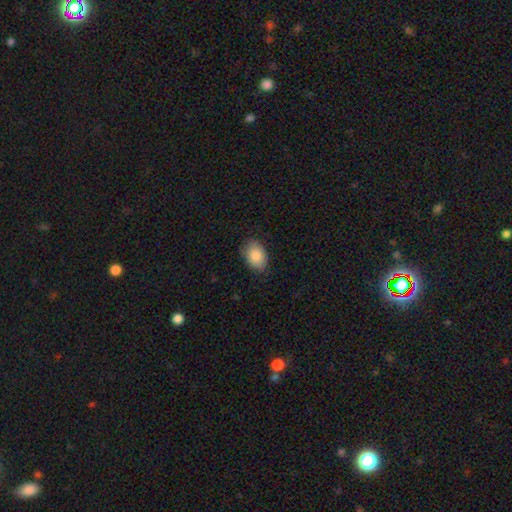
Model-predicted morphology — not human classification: smooth_or_featured: smooth (p=0.86) [alt: featured or disk p=0.07]
how_rounded: in between (p=0.83) [alt: round p=0.16]
merging: none (p=0.83) [alt: minor disturbance p=0.14]